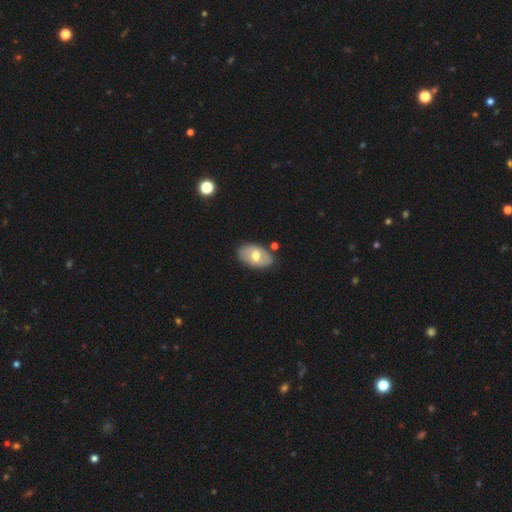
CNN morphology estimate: This appears to be a smooth galaxy with no disk features (56%) that is in between round and cigar-shaped (91%). Merging: none (81%).